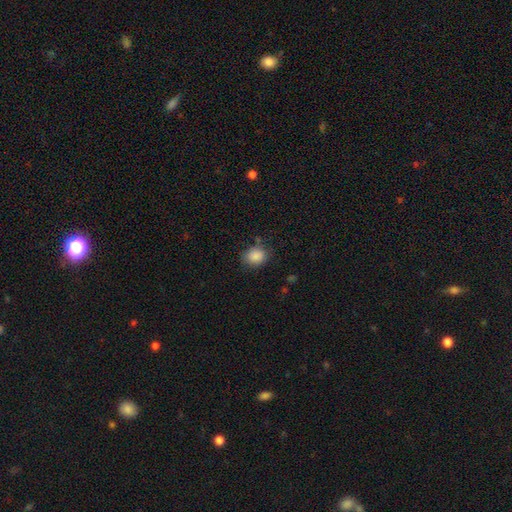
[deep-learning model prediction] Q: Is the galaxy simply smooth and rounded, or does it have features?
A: smooth — 87%.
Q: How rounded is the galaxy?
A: round — 57%.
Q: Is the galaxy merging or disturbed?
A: none — 76%.